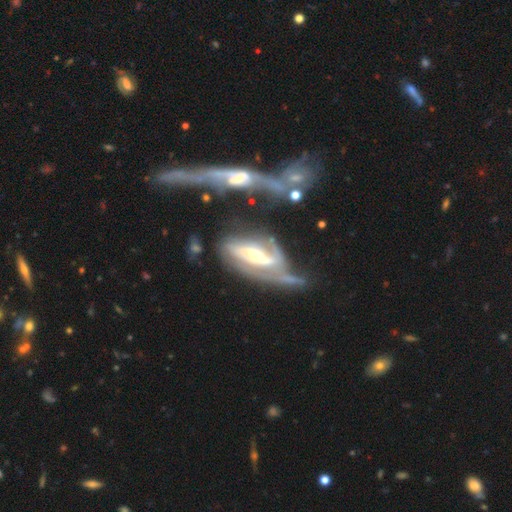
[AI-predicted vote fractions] smooth_or_featured: featured or disk (p=0.85) [alt: smooth p=0.09]
disk_edge_on: no (p=0.85) [alt: yes p=0.15]
bar: weak (p=0.37) [alt: strong p=0.34]
has_spiral_arms: yes (p=0.90) [alt: no p=0.10]
spiral_winding: tight (p=0.40) [alt: medium p=0.37]
spiral_arm_count: 2 (p=0.55) [alt: can't tell p=0.24]
bulge_size: moderate (p=0.59) [alt: small p=0.30]
merging: none (p=0.29) [alt: major disturbance p=0.27]